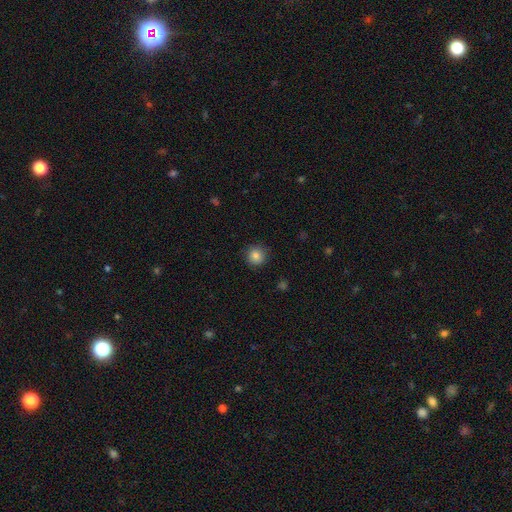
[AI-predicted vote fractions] Smooth or featured: smooth — 83% (star or artifact — 11%)
How rounded: round — 93% (in between — 6%)
Merging: none — 88% (minor disturbance — 9%)